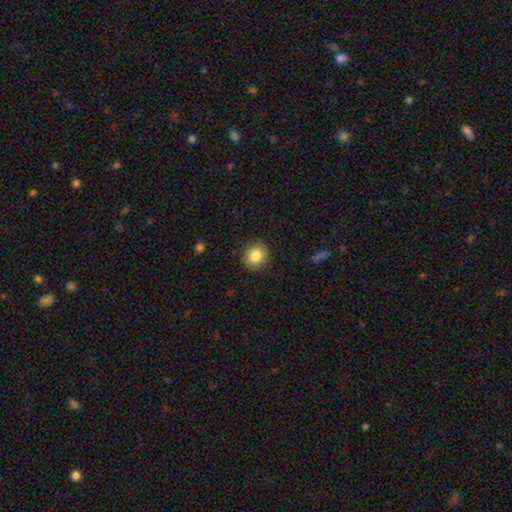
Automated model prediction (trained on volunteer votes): A smooth galaxy with no disk features (84%) that is round (78%).

Vote fractions:
- Smooth or featured? smooth: 84% / star or artifact: 9% / featured or disk: 7%
- How rounded? round: 78% / in between: 21% / cigar-shaped: 1%
- Merging? none: 89% / minor disturbance: 8% / major disturbance: 2% / merger: 1%